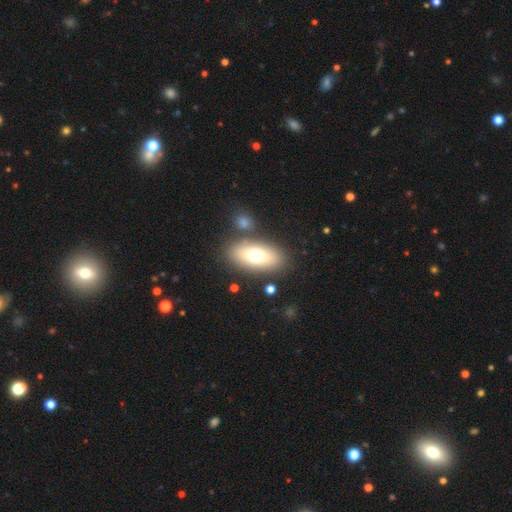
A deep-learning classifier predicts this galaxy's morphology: smooth-or-featured: smooth: 69% | featured or disk: 22% | star or artifact: 9%
  how-rounded: in between: 87% | round: 7% | cigar-shaped: 7%
  merging: none: 79% | minor disturbance: 10% | merger: 7% | major disturbance: 4%